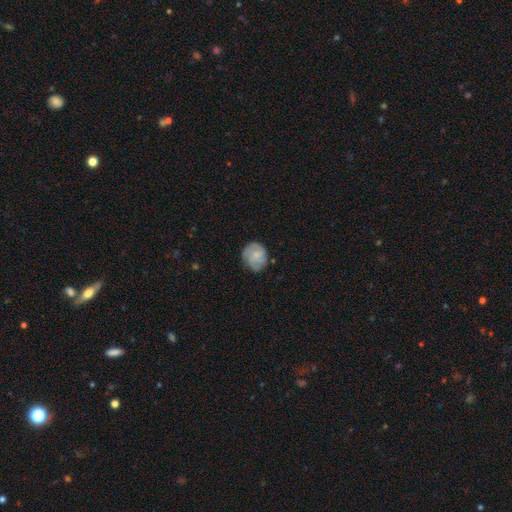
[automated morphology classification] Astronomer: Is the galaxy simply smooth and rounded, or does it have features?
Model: featured or disk — 52% (runner-up: smooth, 41%).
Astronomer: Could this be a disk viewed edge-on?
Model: no — 98%.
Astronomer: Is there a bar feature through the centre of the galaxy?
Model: no — 75%.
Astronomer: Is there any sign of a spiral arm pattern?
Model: yes — 87%.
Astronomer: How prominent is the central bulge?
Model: small — 52%.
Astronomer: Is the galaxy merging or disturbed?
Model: none — 71%.